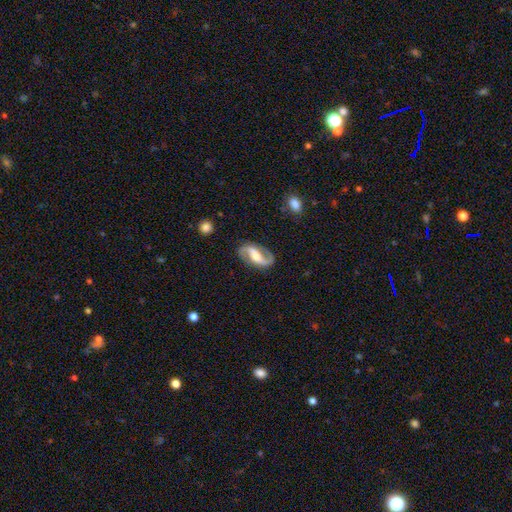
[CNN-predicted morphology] Q: Smooth or featured?
A: featured or disk (87%); runner-up: smooth (8%)
Q: Edge-on disk?
A: no (97%); runner-up: yes (3%)
Q: Bar?
A: strong (46%); runner-up: weak (35%)
Q: Spiral arms?
A: yes (96%); runner-up: no (4%)
Q: Spiral winding?
A: medium (44%); runner-up: loose (43%)
Q: Spiral arm count?
A: 2 (94%); runner-up: can't tell (2%)
Q: Bulge size?
A: moderate (41%); runner-up: large (25%)
Q: Merging?
A: none (83%); runner-up: minor disturbance (11%)